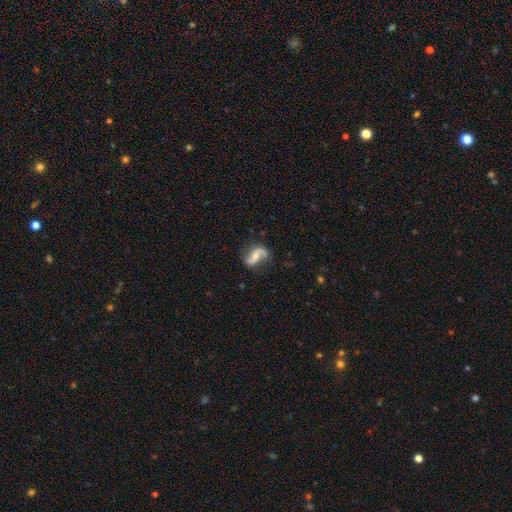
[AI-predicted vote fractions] This appears to be a featured or disk galaxy (78%) with a weak bar (39%), 2 (90%) loose (73%) spiral arms (94%) and a small central bulge (44%). Merging: none (72%).